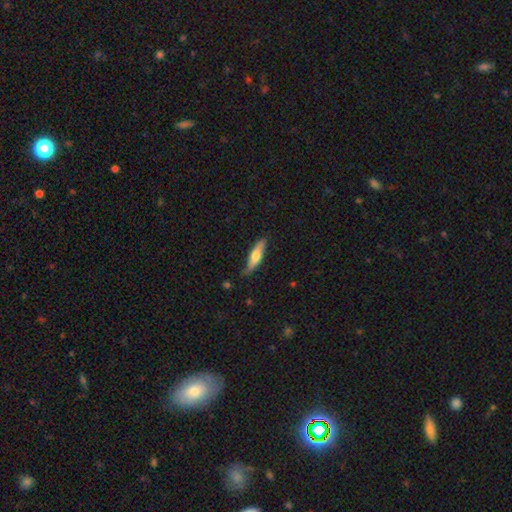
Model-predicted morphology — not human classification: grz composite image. It shows a smooth galaxy with no disk features (55%) that is cigar-shaped (70%). Merging: none (73%).